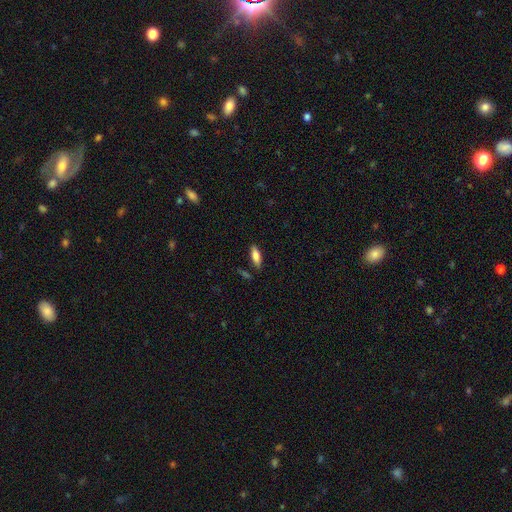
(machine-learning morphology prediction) A smooth galaxy with no disk features (80%) that is in between round and cigar-shaped (65%). Merging: none (84%).